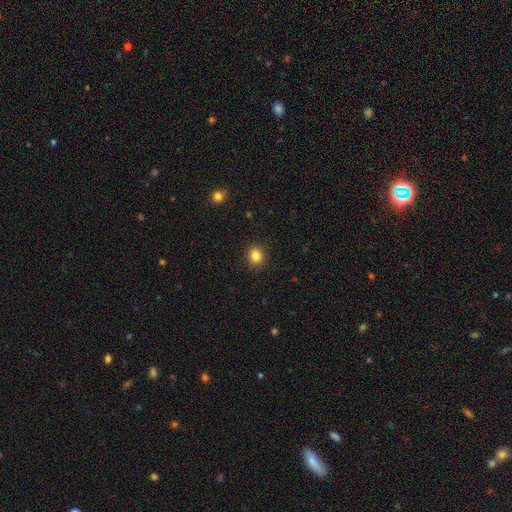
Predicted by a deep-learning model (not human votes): Smooth or featured? smooth (85%)
How rounded? round (63%)
Merging? none (90%)